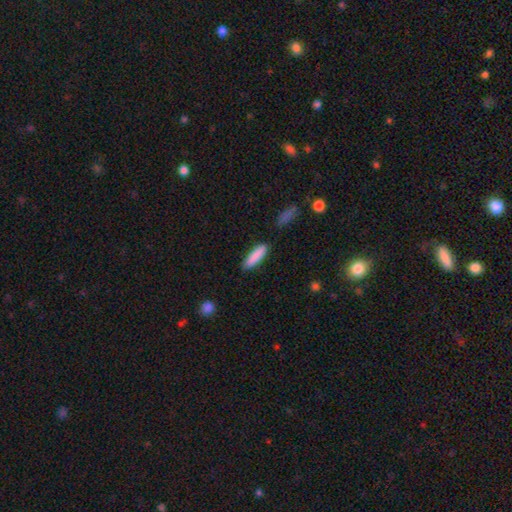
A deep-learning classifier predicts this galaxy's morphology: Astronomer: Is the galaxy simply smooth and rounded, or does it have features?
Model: smooth — 87%.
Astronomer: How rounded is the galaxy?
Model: cigar-shaped — 66%.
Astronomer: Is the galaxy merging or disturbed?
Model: none — 86%.